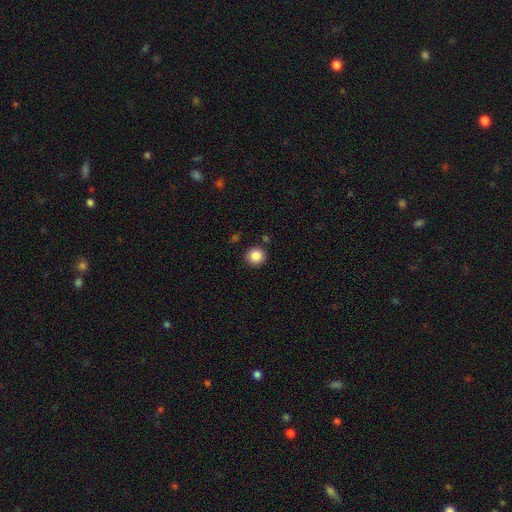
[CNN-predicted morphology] This appears to be a smooth galaxy with no disk features (87%) that is round (92%). Merging: none (88%).